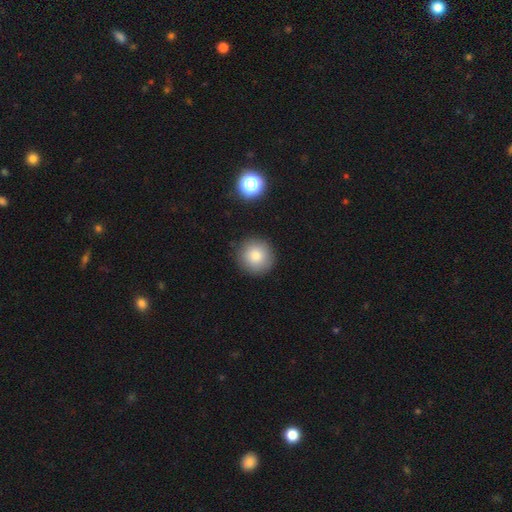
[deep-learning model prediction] The model was most divided on "smooth or featured": smooth: 83%, star or artifact: 10%, featured or disk: 7%. More confident: how rounded — round (94%); merging — none (90%).